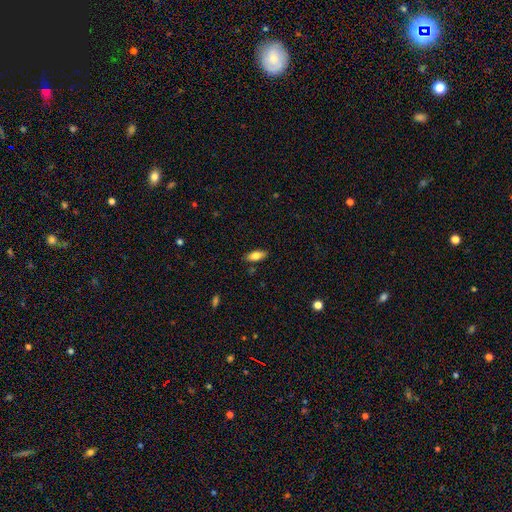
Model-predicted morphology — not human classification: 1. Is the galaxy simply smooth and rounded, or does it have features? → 80% smooth, 13% featured or disk, 7% star or artifact.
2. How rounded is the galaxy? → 80% in between, 17% cigar-shaped, 2% round.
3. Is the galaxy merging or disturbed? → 85% none, 11% minor disturbance, 2% major disturbance, 2% merger.